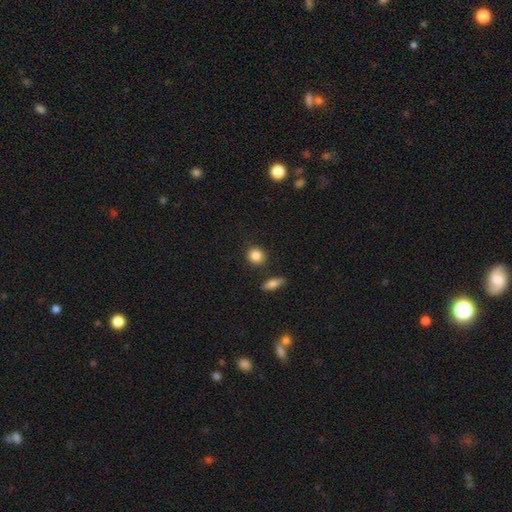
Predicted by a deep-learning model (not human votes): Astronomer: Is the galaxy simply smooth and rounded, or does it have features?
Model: smooth — 86%.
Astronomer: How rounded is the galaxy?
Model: round — 80%.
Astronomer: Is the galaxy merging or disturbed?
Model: none — 85%.